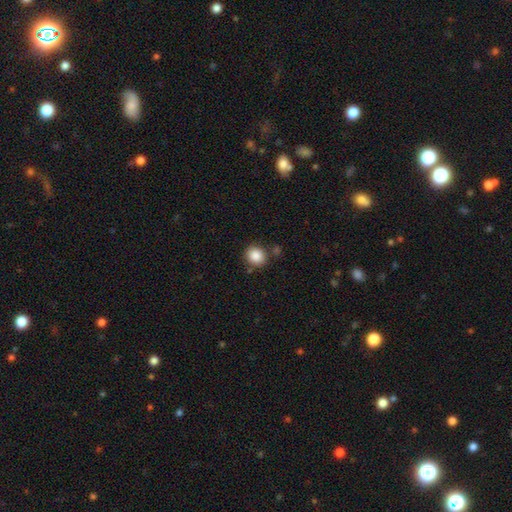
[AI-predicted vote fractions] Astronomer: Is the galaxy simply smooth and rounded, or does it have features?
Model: smooth — 87%.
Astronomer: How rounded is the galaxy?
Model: round — 78%.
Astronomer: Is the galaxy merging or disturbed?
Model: none — 79%.